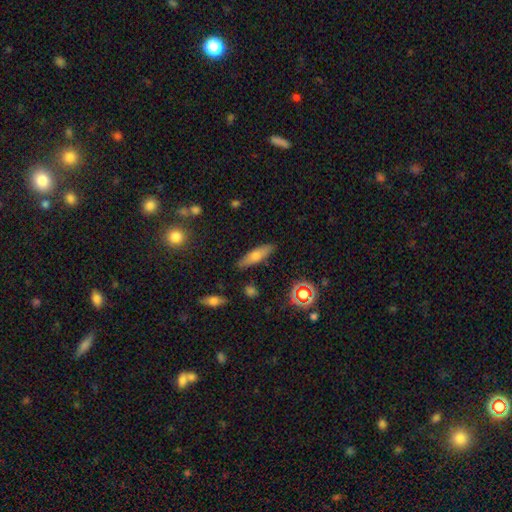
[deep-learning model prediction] A smooth galaxy with no disk features (62%) that is cigar-shaped (63%).

Vote fractions:
- Smooth or featured? smooth: 62% / featured or disk: 29% / star or artifact: 9%
- How rounded? cigar-shaped: 63% / in between: 34% / round: 3%
- Merging? none: 86% / minor disturbance: 10% / major disturbance: 2% / merger: 2%